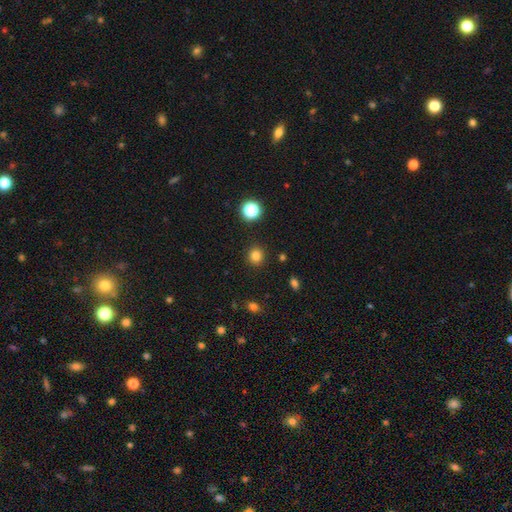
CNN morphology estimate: type=smooth (81%); roundness=round (90%); merging=none (90%).